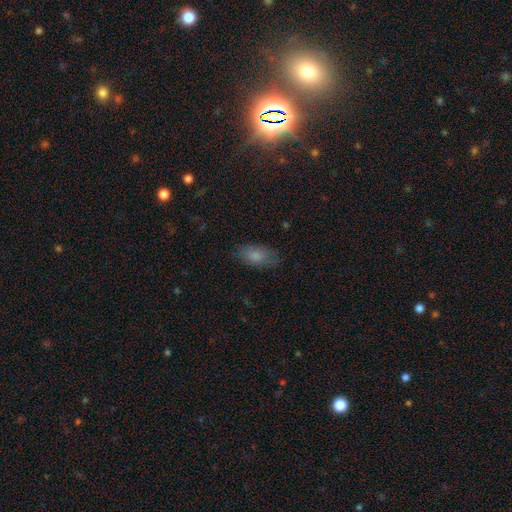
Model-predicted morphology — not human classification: Smooth or featured? Predicted: smooth (p=0.81). How rounded? Predicted: in between (p=0.91). Merging? Predicted: none (p=0.76).